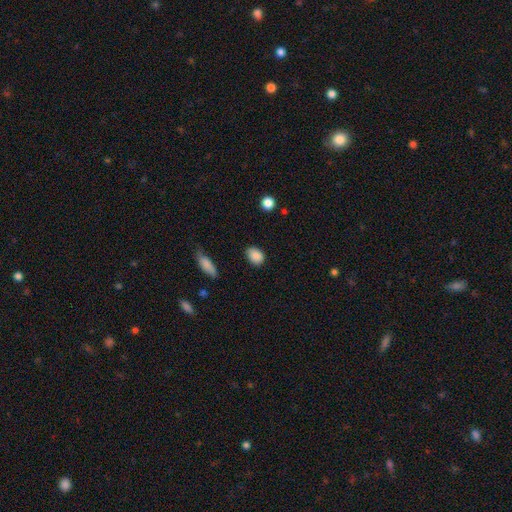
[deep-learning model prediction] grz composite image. It shows a smooth galaxy with no disk features (88%) that is in between round and cigar-shaped (70%). Merging: none (81%).